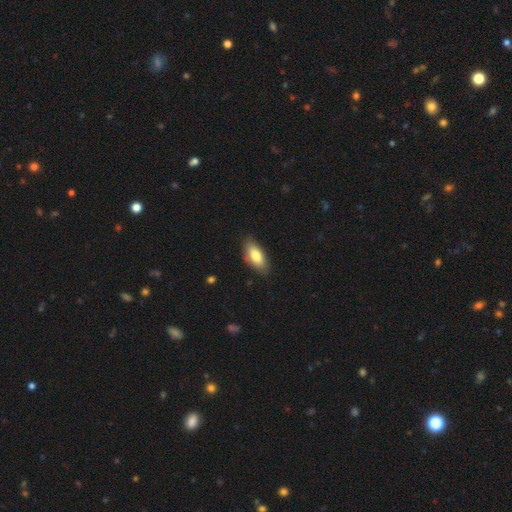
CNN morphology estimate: The model was most divided on "smooth or featured": smooth: 80%, featured or disk: 14%, star or artifact: 6%. More confident: how rounded — in between (85%); merging — none (83%).